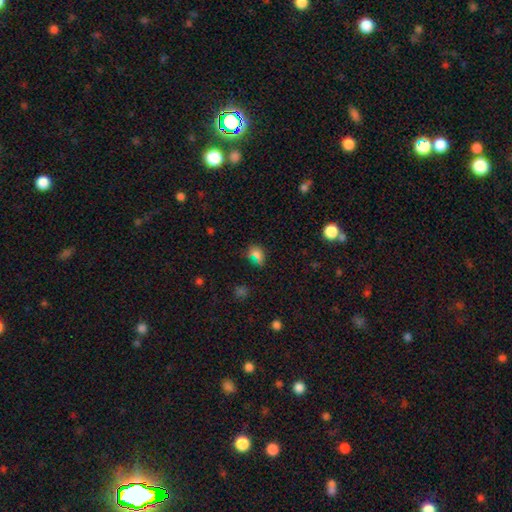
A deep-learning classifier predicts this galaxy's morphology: smooth 66%, star or artifact 27%, featured or disk 7%. Down the decision tree: how rounded — in between (54%); merging — none (75%).